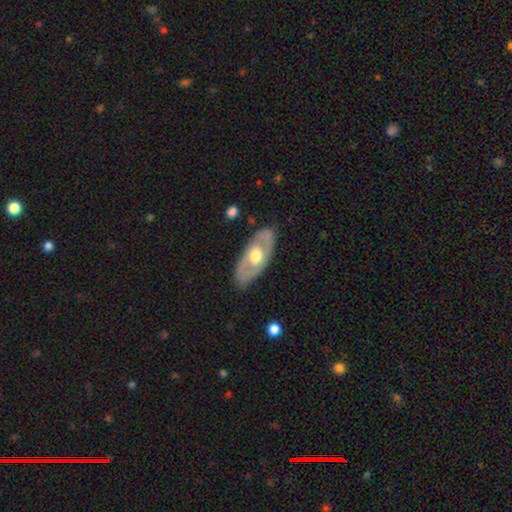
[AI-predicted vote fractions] Overall: featured or disk (59%; smooth 37%). Edge-on disk: no (80%). Merging: none (83%).